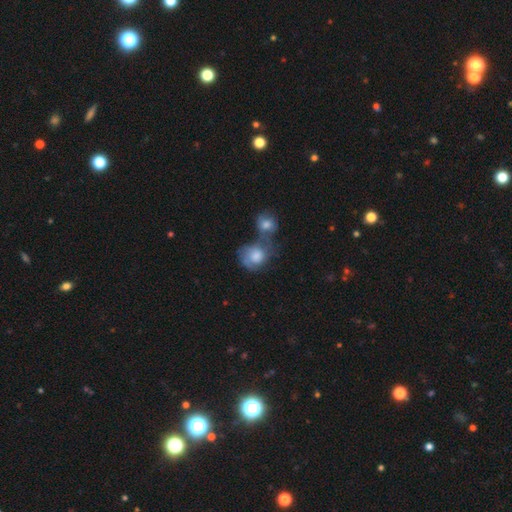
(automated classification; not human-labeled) This is likely a smooth galaxy (61%). How rounded: likely round (71%). Merging: possibly merger (52%).